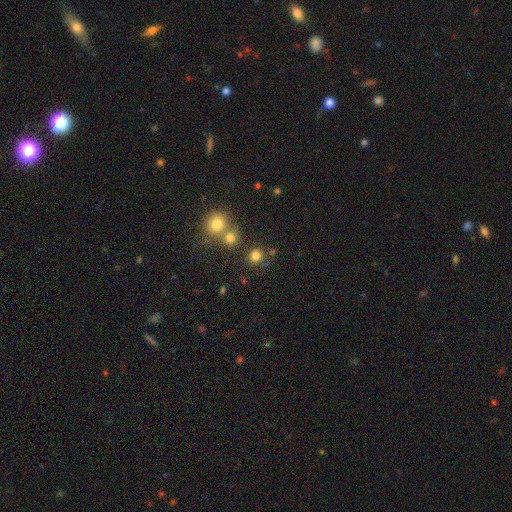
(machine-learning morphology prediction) Overall: smooth (79%). How rounded: round (88%). Merging: none (74%).